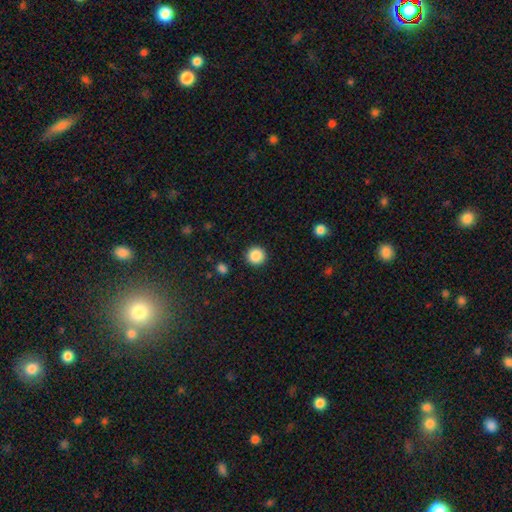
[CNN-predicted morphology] Smooth or featured? smooth (88%)
How rounded? round (95%)
Merging? none (92%)